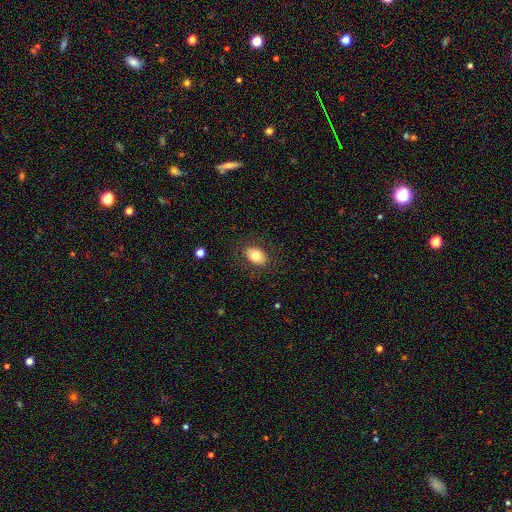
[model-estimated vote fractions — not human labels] Morphology: type=smooth (78%); roundness=in between (80%); merging=none (84%).